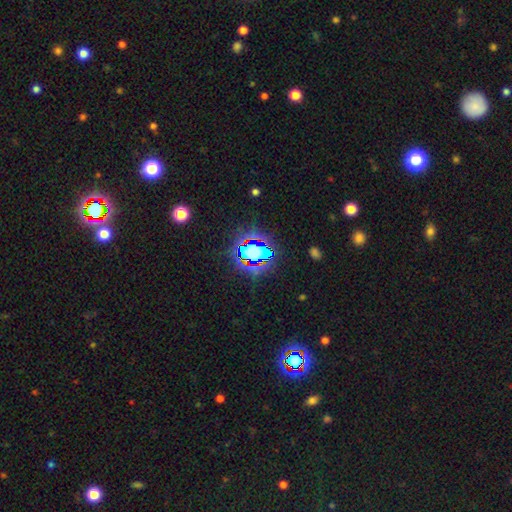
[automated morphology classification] Smooth or featured? Predicted: star or artifact (p=0.61).